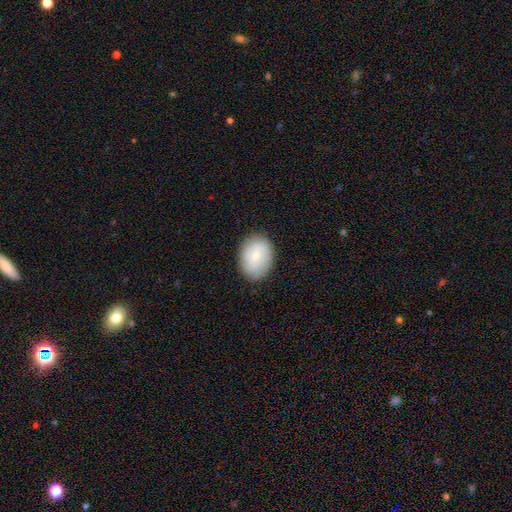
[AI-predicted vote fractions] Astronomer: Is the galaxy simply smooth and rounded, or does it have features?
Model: smooth — 62%.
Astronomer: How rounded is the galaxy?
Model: in between — 57% (runner-up: round, 42%).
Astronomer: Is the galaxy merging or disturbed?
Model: none — 83%.